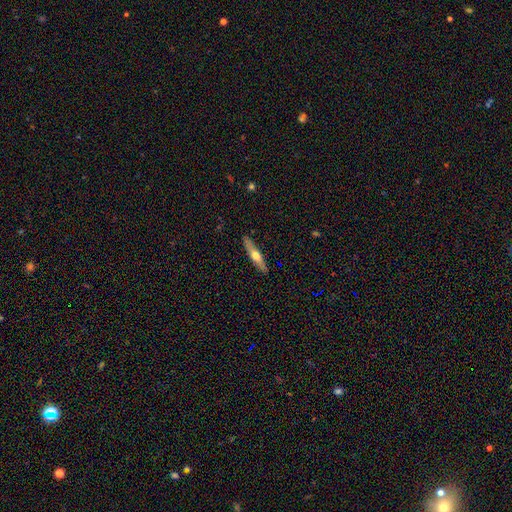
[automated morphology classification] type=featured or disk (49%); merging=none (89%).